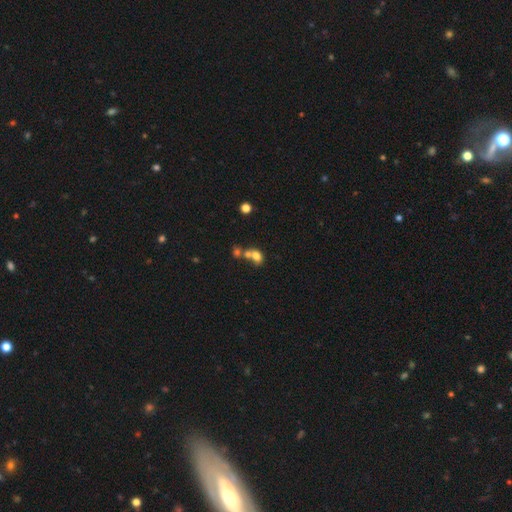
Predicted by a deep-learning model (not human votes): A smooth galaxy with no disk features (71%) that is in between round and cigar-shaped (56%). Merging: merger (59%).